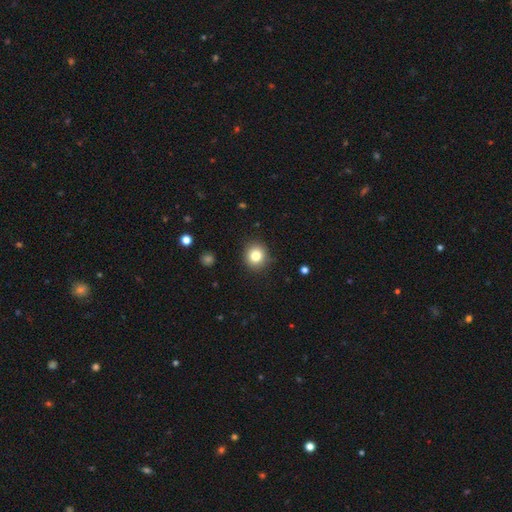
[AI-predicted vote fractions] The model was most divided on "smooth or featured": smooth: 82%, star or artifact: 11%, featured or disk: 7%. More confident: merging — none (89%); how rounded — round (87%).